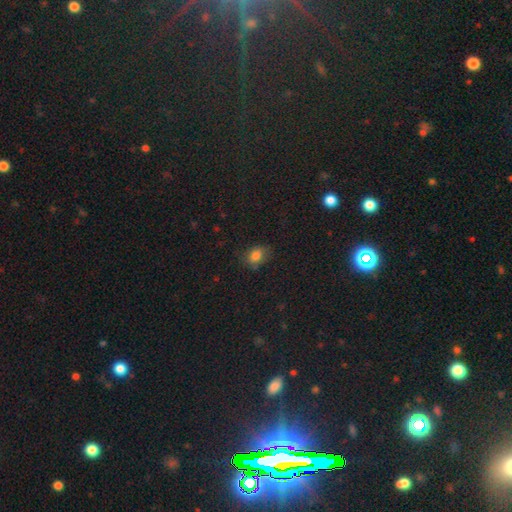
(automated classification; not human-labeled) Overall: smooth (81%). How rounded: in between (62%; round 36%). Merging: none (71%).